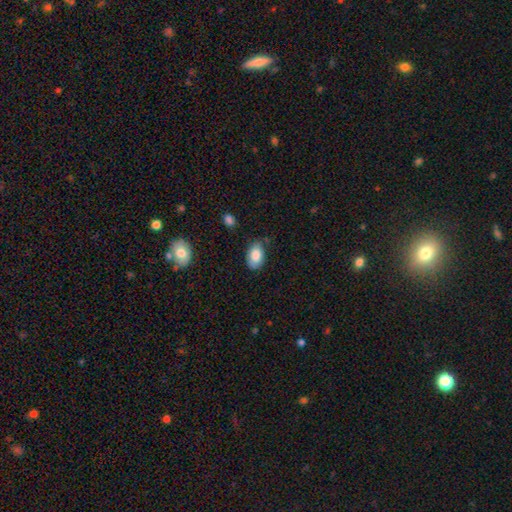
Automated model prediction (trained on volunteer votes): A smooth galaxy with no disk features (82%) that is in between round and cigar-shaped (92%).

Vote fractions:
- Smooth or featured? smooth: 82% / featured or disk: 11% / star or artifact: 7%
- How rounded? in between: 92% / round: 6% / cigar-shaped: 1%
- Merging? none: 67% / minor disturbance: 26% / major disturbance: 5% / merger: 2%